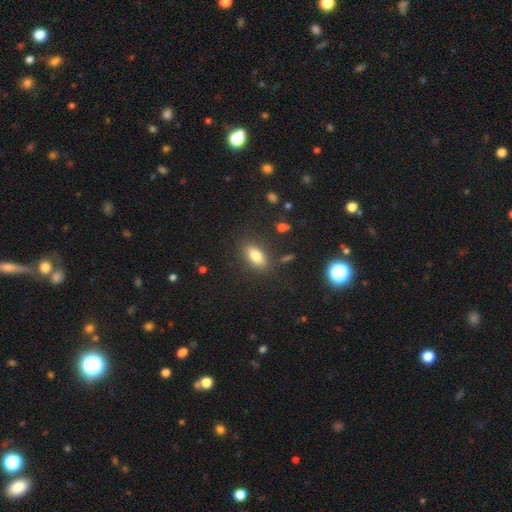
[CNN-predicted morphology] Overall: smooth (78%). How rounded: in between (84%). Merging: none (83%).